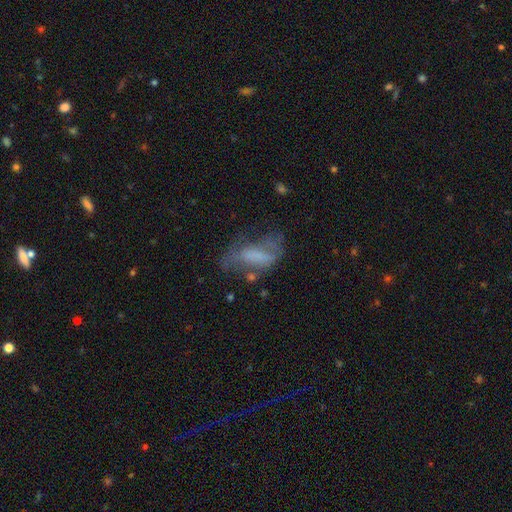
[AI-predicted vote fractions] Q: Smooth or featured?
A: smooth (47%); runner-up: featured or disk (40%)
Q: Merging?
A: major disturbance (38%); runner-up: none (30%)